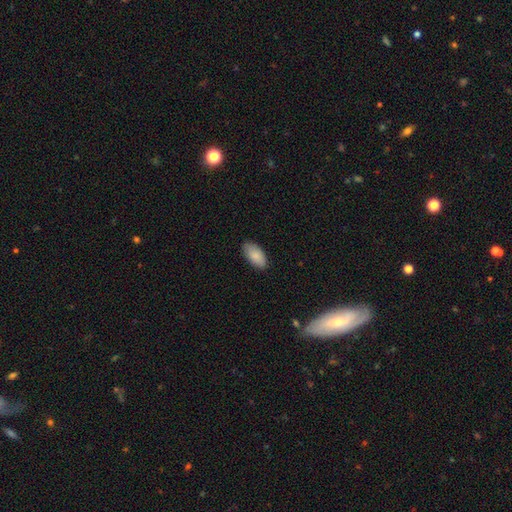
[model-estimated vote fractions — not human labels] Morphology: type=smooth (88%); roundness=in between (94%); merging=none (85%).